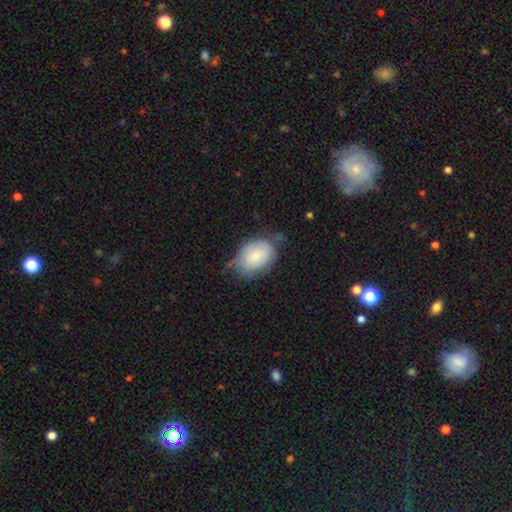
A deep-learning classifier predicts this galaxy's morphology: A smooth galaxy with no disk features (71%) that is in between round and cigar-shaped (79%).

Vote fractions:
- Smooth or featured? smooth: 71% / featured or disk: 22% / star or artifact: 7%
- How rounded? in between: 79% / round: 20% / cigar-shaped: 1%
- Merging? none: 51% / minor disturbance: 35% / major disturbance: 11% / merger: 3%